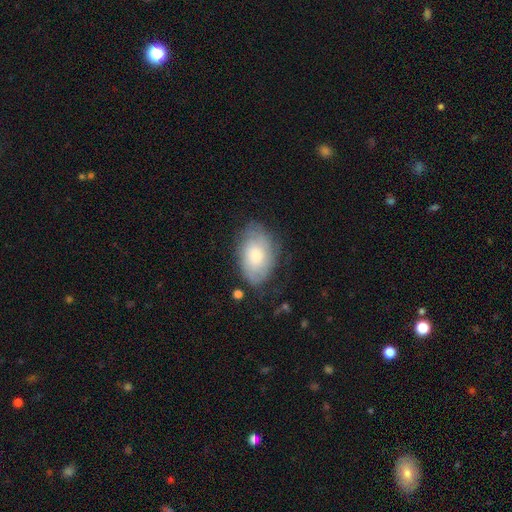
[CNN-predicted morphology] Smooth or featured? Predicted: smooth (p=0.49). Merging? Predicted: none (p=0.69).